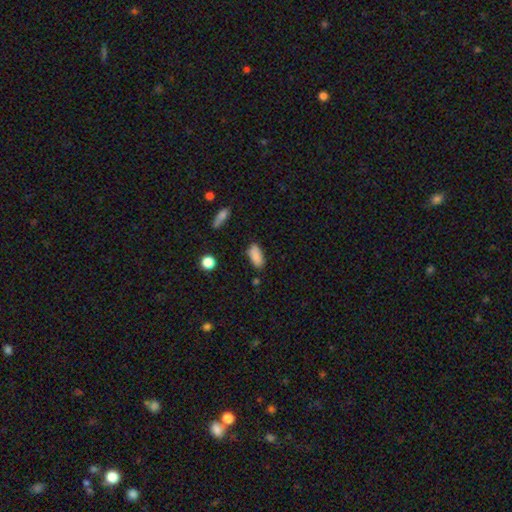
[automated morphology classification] Overall: smooth (86%). How rounded: in between (84%). Merging: none (77%).